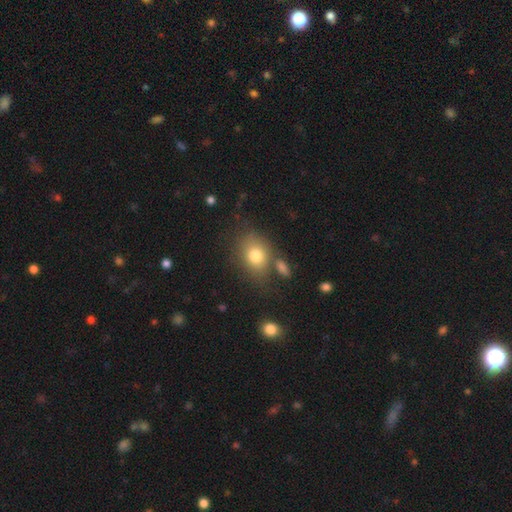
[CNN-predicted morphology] This appears to be a smooth galaxy with no disk features (77%) that is in between round and cigar-shaped (57%). Merging: none (64%).